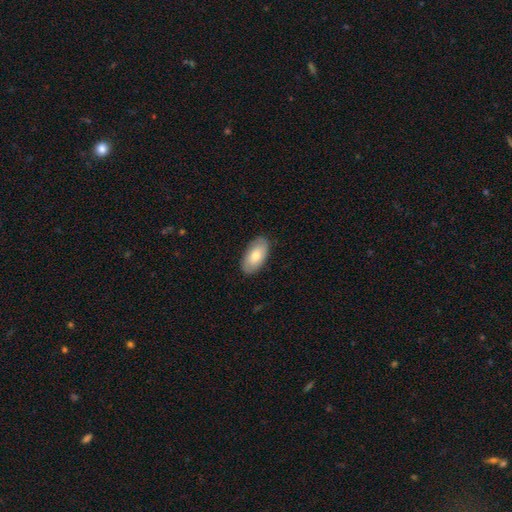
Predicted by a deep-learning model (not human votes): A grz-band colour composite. It shows a smooth galaxy with no disk features (73%) that is in between round and cigar-shaped (95%). Merging: none (86%).